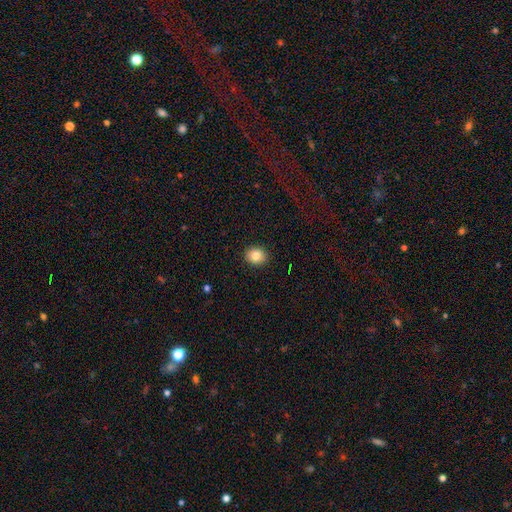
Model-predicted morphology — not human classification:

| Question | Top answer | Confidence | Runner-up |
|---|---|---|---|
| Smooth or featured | smooth | 84% | star or artifact (9%) |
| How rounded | round | 64% | in between (35%) |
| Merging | none | 91% | minor disturbance (6%) |